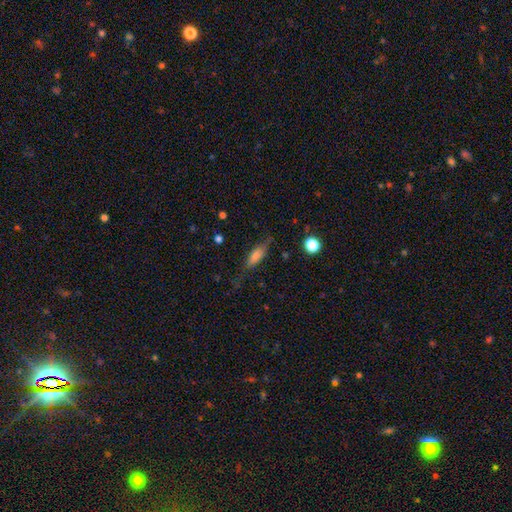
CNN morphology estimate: This is likely a smooth galaxy (62%). How rounded: possibly cigar-shaped (49%). Merging: likely none (66%).